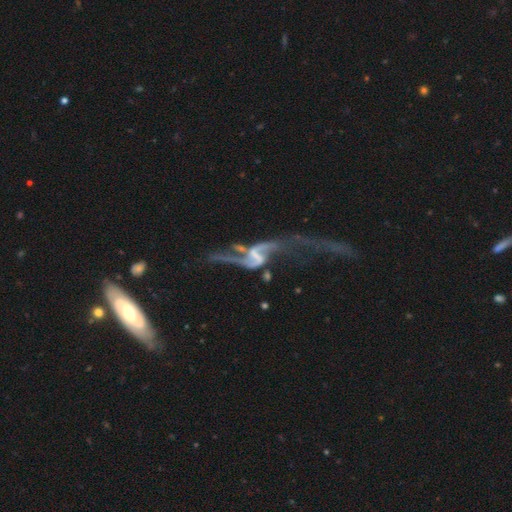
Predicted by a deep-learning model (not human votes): featured or disk 87%, smooth 7%, star or artifact 7%. Down the decision tree: edge-on disk — no (95%); bar — strong (40%); spiral arms — yes (88%); spiral arm count — 2 (91%); spiral winding — loose (90%); bulge size — none (59%); merging — major disturbance (34%).